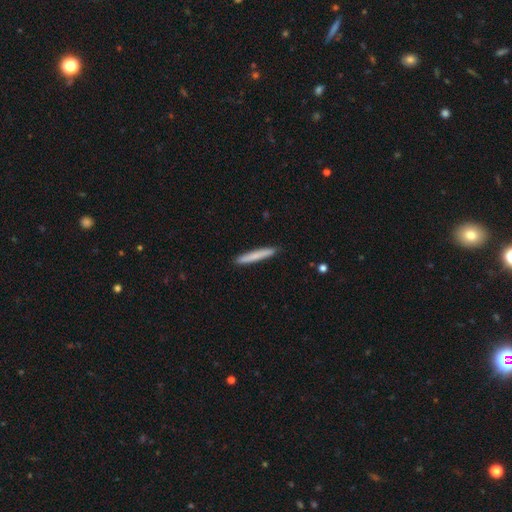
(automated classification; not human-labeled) Smooth or featured?
  - smooth: 76% *
  - featured or disk: 18%
  - star or artifact: 6%
How rounded?
  - cigar-shaped: 96% *
  - in between: 3%
  - round: 1%
Merging?
  - none: 91% *
  - minor disturbance: 7%
  - major disturbance: 1%
  - merger: 1%